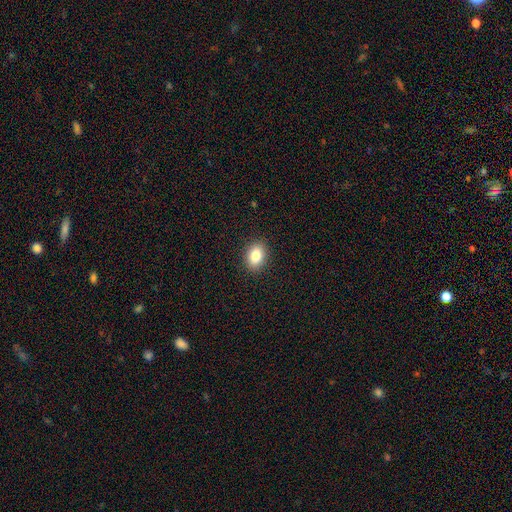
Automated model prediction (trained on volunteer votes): smooth 84%, star or artifact 9%, featured or disk 7%. Down the decision tree: how rounded — in between (74%); merging — none (90%).